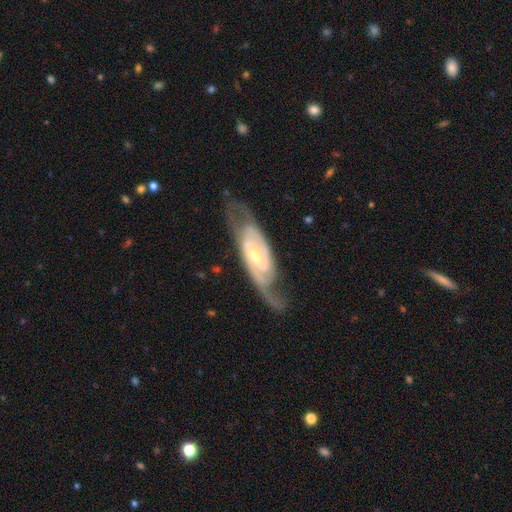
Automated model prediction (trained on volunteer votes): Smooth or featured: featured or disk — 89% (smooth — 7%)
Edge-on disk: no — 90% (yes — 10%)
Bar: weak — 45% (strong — 33%)
Spiral arms: yes — 96% (no — 4%)
Spiral winding: medium — 46% (tight — 39%)
Spiral arm count: 2 — 81% (can't tell — 9%)
Bulge size: small — 53% (moderate — 42%)
Merging: none — 69% (minor disturbance — 18%)